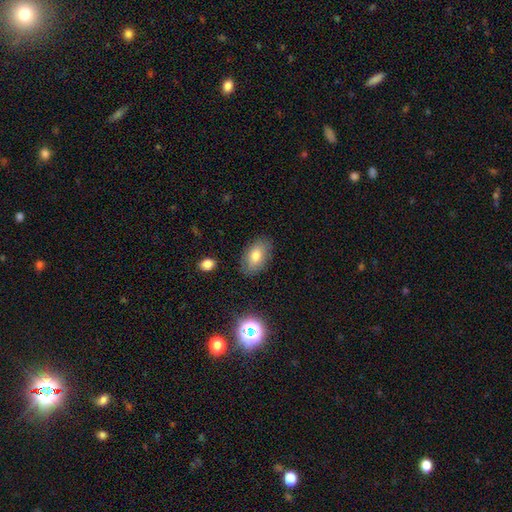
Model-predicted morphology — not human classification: Q: Smooth or featured?
A: smooth (75%); runner-up: featured or disk (15%)
Q: How rounded?
A: in between (90%); runner-up: round (8%)
Q: Merging?
A: none (83%); runner-up: minor disturbance (13%)